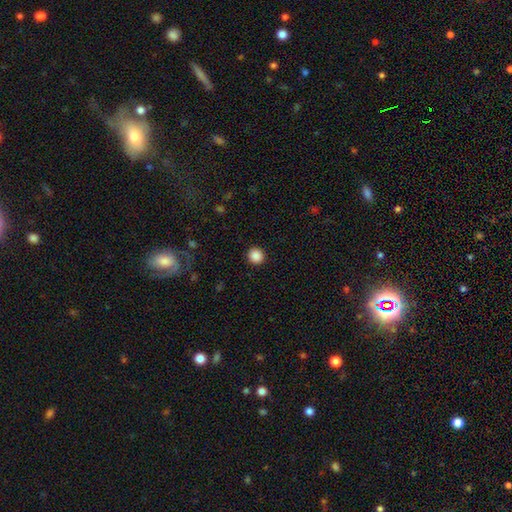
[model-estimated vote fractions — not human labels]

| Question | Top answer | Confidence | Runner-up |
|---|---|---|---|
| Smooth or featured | smooth | 87% | star or artifact (10%) |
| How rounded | round | 94% | in between (6%) |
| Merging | none | 92% | minor disturbance (5%) |